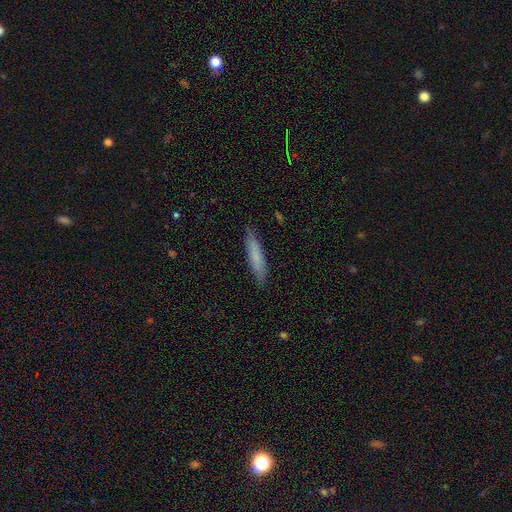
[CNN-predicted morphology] Smooth or featured?
  - smooth: 75% *
  - featured or disk: 18%
  - star or artifact: 6%
How rounded?
  - cigar-shaped: 88% *
  - in between: 11%
  - round: 1%
Merging?
  - none: 87% *
  - minor disturbance: 10%
  - major disturbance: 2%
  - merger: 1%